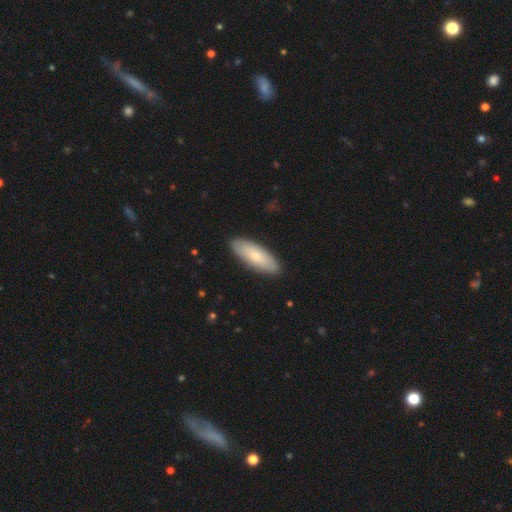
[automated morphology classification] Q: Smooth or featured?
A: smooth (69%); runner-up: featured or disk (26%)
Q: How rounded?
A: in between (69%); runner-up: cigar-shaped (29%)
Q: Merging?
A: none (88%); runner-up: minor disturbance (9%)